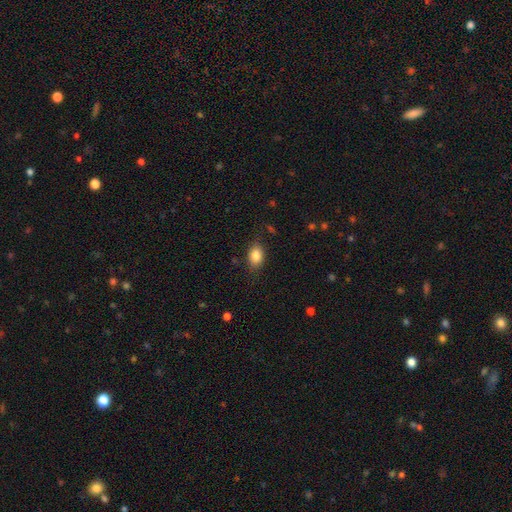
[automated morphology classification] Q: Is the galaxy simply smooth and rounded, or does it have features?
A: smooth — 85%.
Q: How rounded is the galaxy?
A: in between — 81%.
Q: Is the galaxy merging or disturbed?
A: none — 82%.